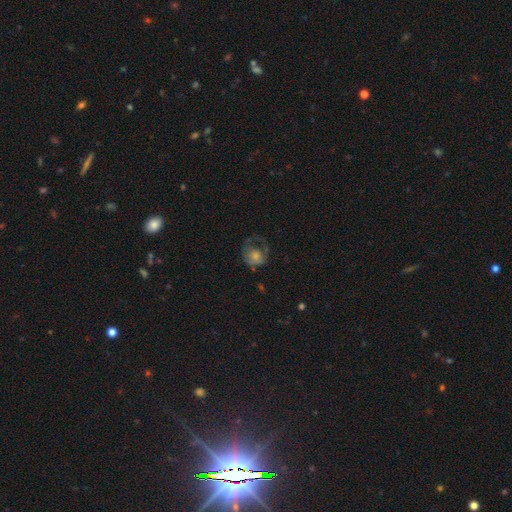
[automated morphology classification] featured or disk 46%, smooth 40%, star or artifact 14%. Down the decision tree: merging — none (41%).